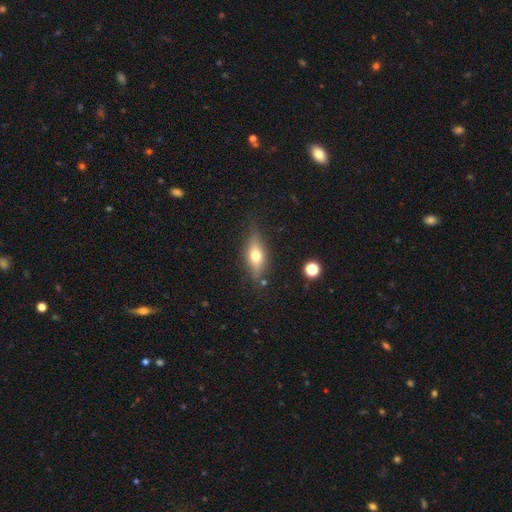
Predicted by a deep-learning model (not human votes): Smooth or featured?
  - smooth: 53% *
  - featured or disk: 39%
  - star or artifact: 8%
How rounded?
  - in between: 64% *
  - cigar-shaped: 30%
  - round: 6%
Merging?
  - none: 79% *
  - minor disturbance: 15%
  - major disturbance: 4%
  - merger: 2%